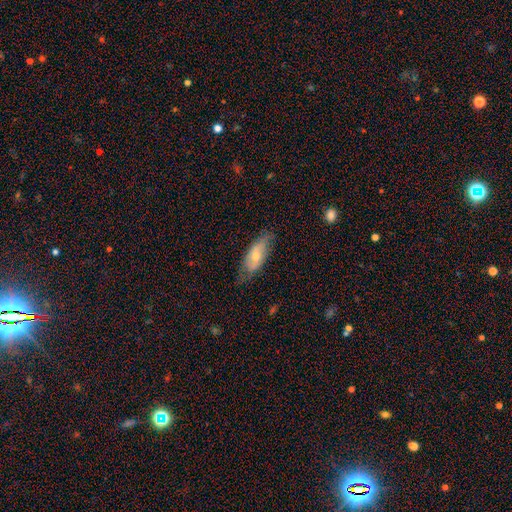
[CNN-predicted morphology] The model was most divided on "smooth or featured": smooth: 54%, featured or disk: 40%, star or artifact: 6%. More confident: how rounded — in between (79%); merging — none (66%).